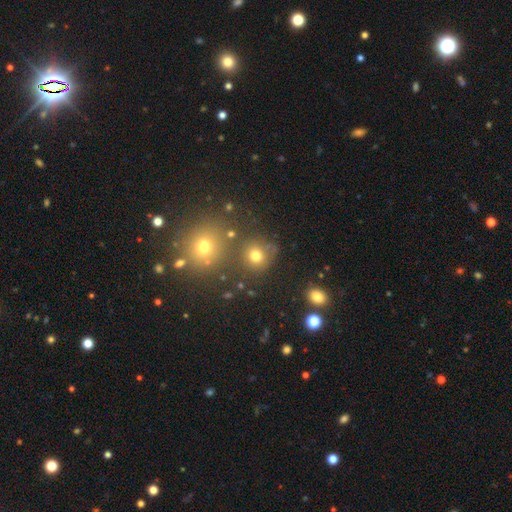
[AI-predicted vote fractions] A smooth galaxy with no disk features (72%) that is round (87%).

Vote fractions:
- Smooth or featured? smooth: 72% / star or artifact: 19% / featured or disk: 8%
- How rounded? round: 87% / in between: 12% / cigar-shaped: 1%
- Merging? none: 73% / merger: 12% / minor disturbance: 10% / major disturbance: 5%